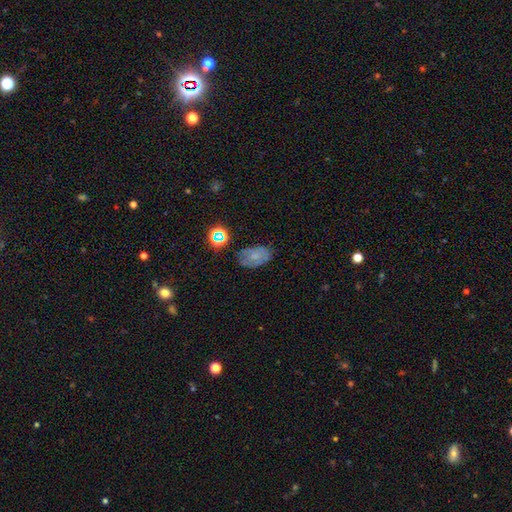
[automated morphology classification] Q: Smooth or featured?
A: smooth (51%); runner-up: featured or disk (32%)
Q: How rounded?
A: in between (85%); runner-up: round (13%)
Q: Merging?
A: none (72%); runner-up: minor disturbance (19%)